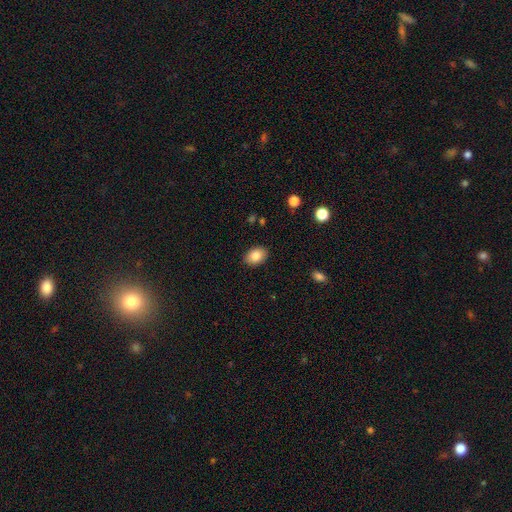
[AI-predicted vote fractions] Morphology: type=smooth (83%); roundness=in between (80%); merging=none (89%).